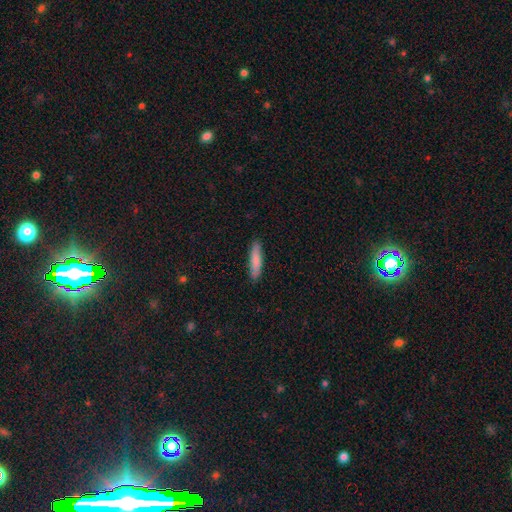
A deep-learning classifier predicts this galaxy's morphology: A smooth galaxy with no disk features (79%) that is cigar-shaped (85%). Merging: none (87%).